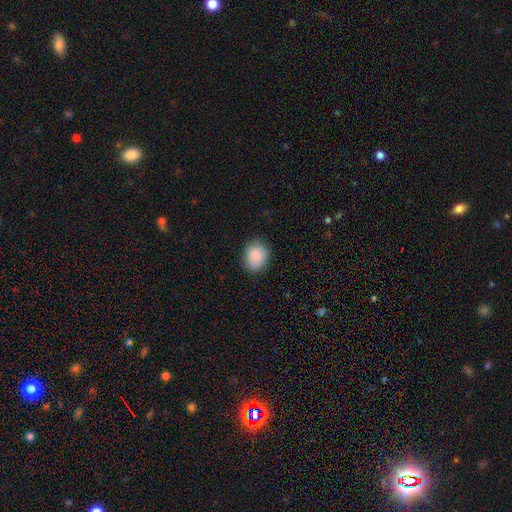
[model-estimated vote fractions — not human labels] A smooth galaxy with no disk features (88%) that is in between round and cigar-shaped (51%).

Vote fractions:
- Smooth or featured? smooth: 88% / star or artifact: 7% / featured or disk: 5%
- How rounded? in between: 51% / round: 49% / cigar-shaped: 1%
- Merging? none: 84% / minor disturbance: 12% / major disturbance: 3% / merger: 1%